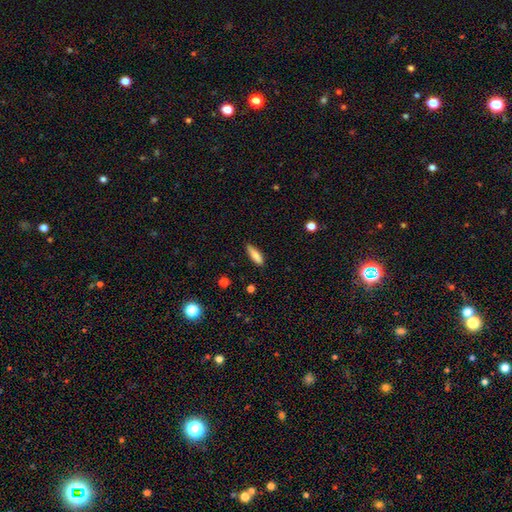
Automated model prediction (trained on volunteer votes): Q: Smooth or featured?
A: smooth (83%); runner-up: featured or disk (10%)
Q: How rounded?
A: cigar-shaped (55%); runner-up: in between (43%)
Q: Merging?
A: none (79%); runner-up: minor disturbance (17%)